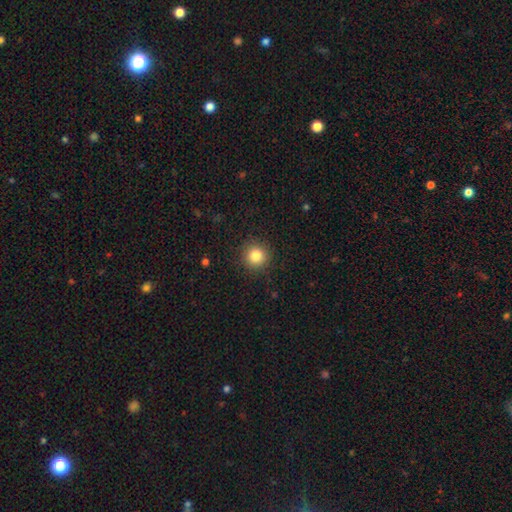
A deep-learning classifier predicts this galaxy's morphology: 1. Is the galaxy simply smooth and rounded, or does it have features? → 84% smooth, 11% star or artifact, 5% featured or disk.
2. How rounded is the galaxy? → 95% round, 4% in between, 1% cigar-shaped.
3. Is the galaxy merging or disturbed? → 91% none, 6% minor disturbance, 2% major disturbance, 1% merger.